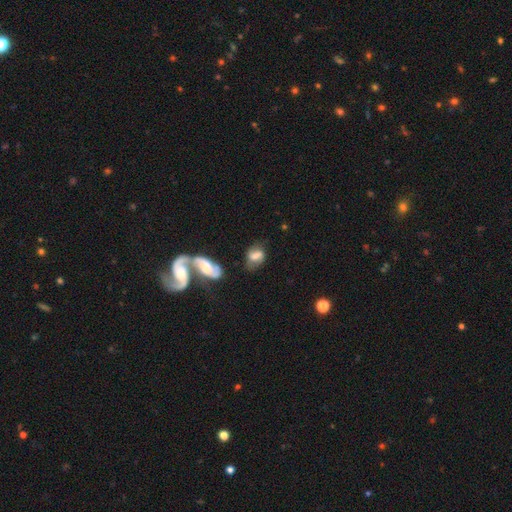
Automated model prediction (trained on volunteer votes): Smooth or featured? smooth (51%)
How rounded? in between (77%)
Merging? none (50%)